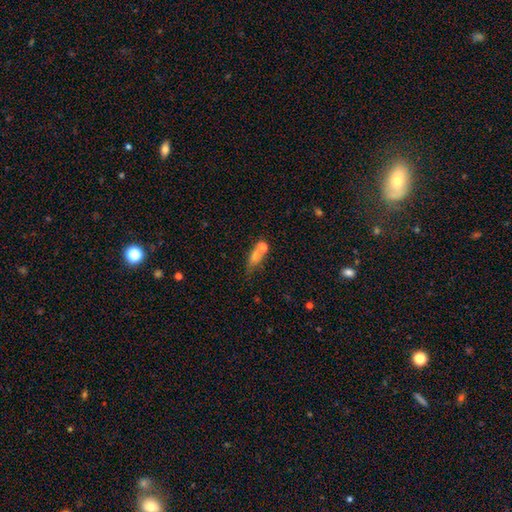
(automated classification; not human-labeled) This appears to be a smooth galaxy with no disk features (64%) that is in between round and cigar-shaped (51%). Merging: none (44%).